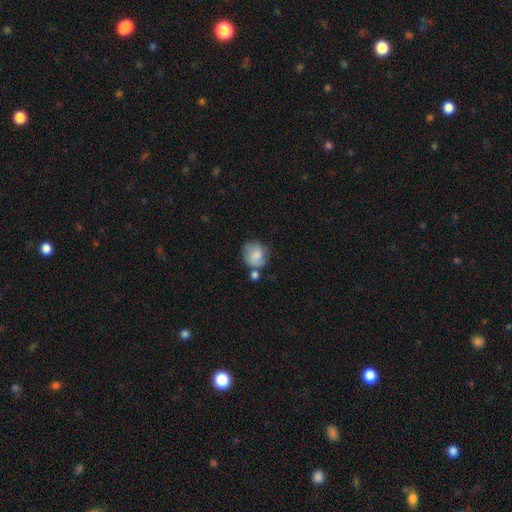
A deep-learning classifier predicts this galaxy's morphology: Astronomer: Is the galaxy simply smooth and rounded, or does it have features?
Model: smooth — 72%.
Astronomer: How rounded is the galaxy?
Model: round — 72%.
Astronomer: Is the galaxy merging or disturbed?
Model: none — 51%.